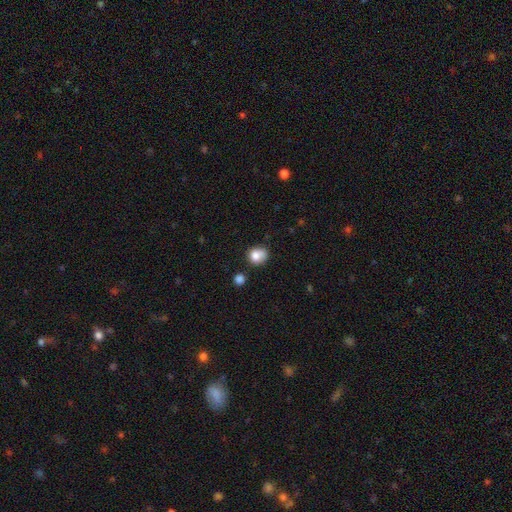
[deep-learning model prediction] Q: Smooth or featured?
A: smooth (80%); runner-up: star or artifact (10%)
Q: How rounded?
A: round (69%); runner-up: in between (30%)
Q: Merging?
A: none (55%); runner-up: minor disturbance (25%)